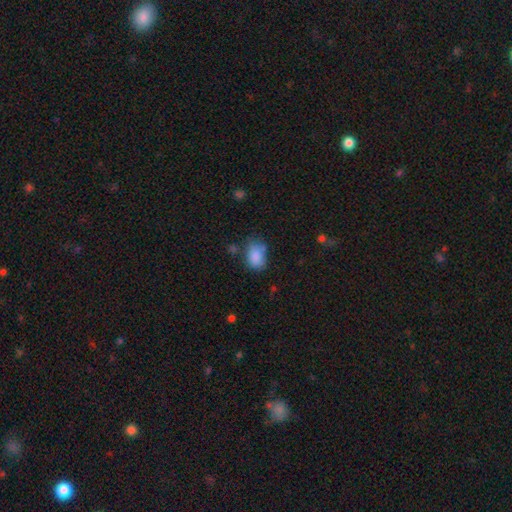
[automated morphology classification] This is clearly a smooth galaxy (85%). How rounded: clearly in between (82%). Merging: possibly none (58%).